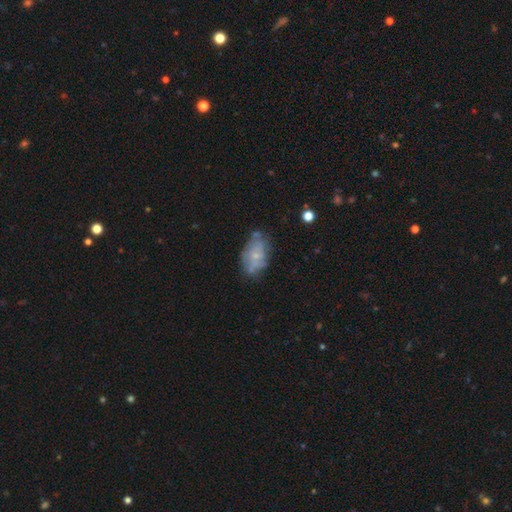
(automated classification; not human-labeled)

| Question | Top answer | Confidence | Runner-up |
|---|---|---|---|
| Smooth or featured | featured or disk | 54% | smooth (37%) |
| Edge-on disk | no | 95% | yes (5%) |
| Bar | no | 82% | weak (16%) |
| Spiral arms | yes | 51% | no (49%) |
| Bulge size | small | 73% | moderate (16%) |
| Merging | none | 58% | minor disturbance (27%) |